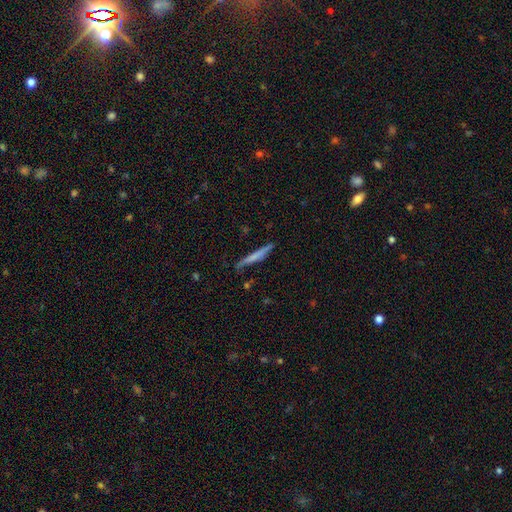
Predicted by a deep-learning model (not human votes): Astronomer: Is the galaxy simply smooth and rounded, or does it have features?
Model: smooth — 60%.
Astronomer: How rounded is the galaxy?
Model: cigar-shaped — 95%.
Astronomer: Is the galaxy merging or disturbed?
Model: none — 79%.